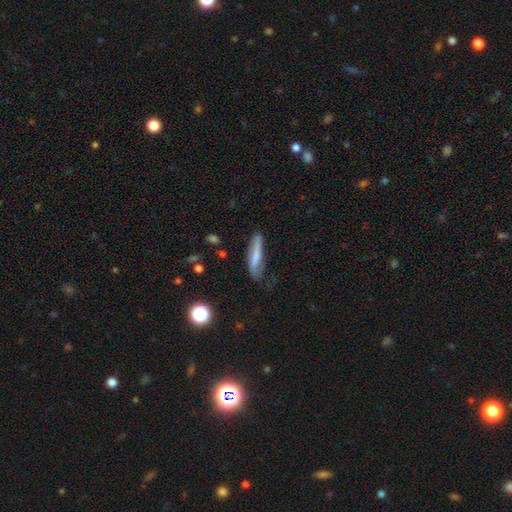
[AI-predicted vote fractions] Morphology: type=smooth (66%); roundness=cigar-shaped (75%); merging=none (59%).